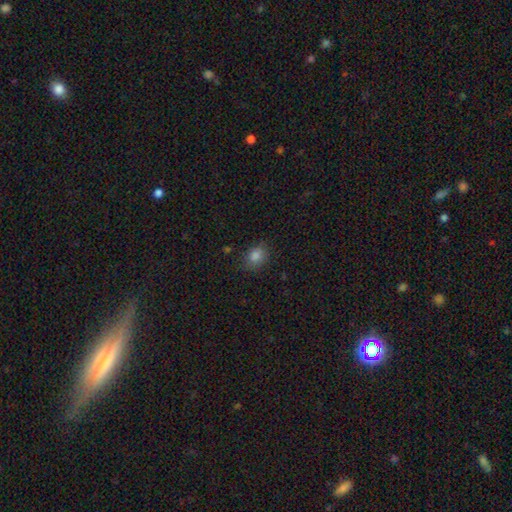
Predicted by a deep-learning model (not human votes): A smooth galaxy with no disk features (82%) that is in between round and cigar-shaped (57%). Merging: none (79%).